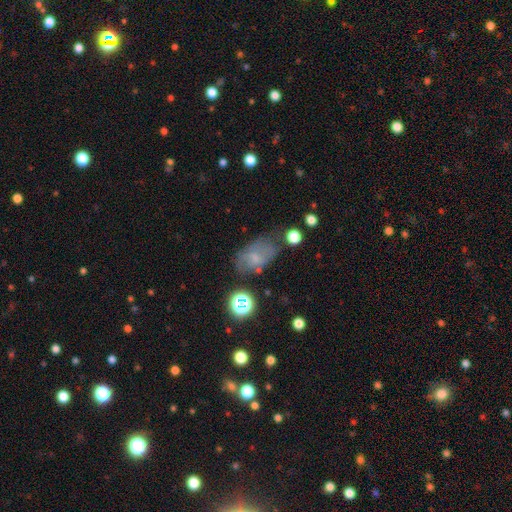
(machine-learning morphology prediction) smooth 52%, featured or disk 31%, star or artifact 17%. Down the decision tree: how rounded — in between (85%); merging — none (54%).